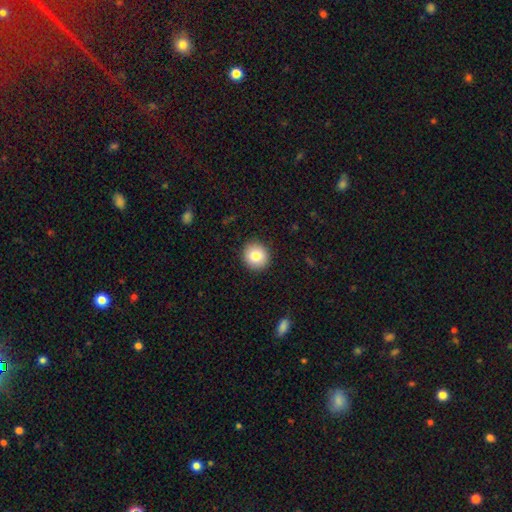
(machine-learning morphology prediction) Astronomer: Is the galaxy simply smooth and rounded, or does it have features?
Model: smooth — 82%.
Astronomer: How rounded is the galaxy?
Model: round — 92%.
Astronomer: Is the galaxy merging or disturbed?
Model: none — 92%.